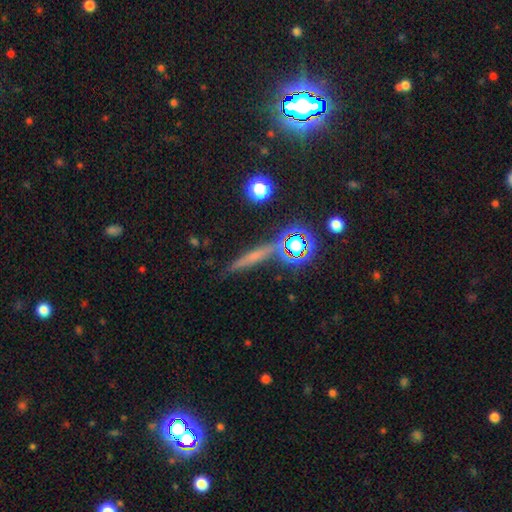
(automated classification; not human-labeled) Q: Smooth or featured?
A: smooth (37%); runner-up: featured or disk (32%)
Q: Merging?
A: none (80%); runner-up: minor disturbance (11%)